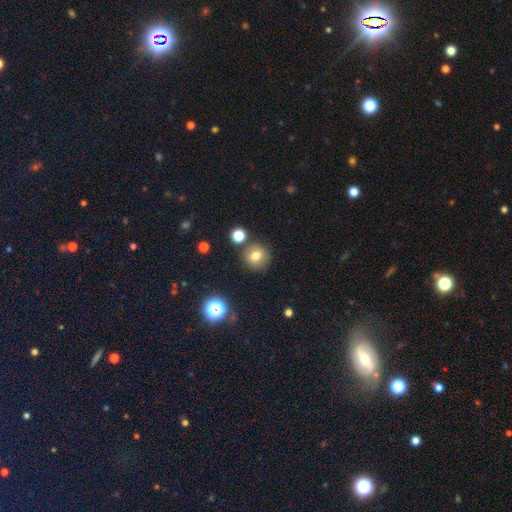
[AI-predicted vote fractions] Smooth or featured? smooth (73%)
How rounded? round (89%)
Merging? none (81%)